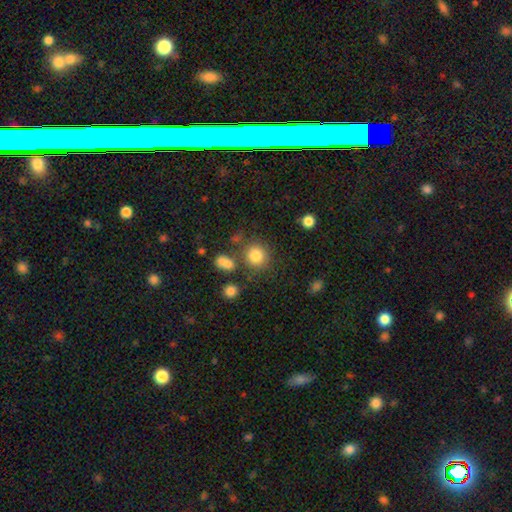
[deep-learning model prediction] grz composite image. It shows a smooth galaxy with no disk features (82%) that is round (89%). Merging: none (77%).